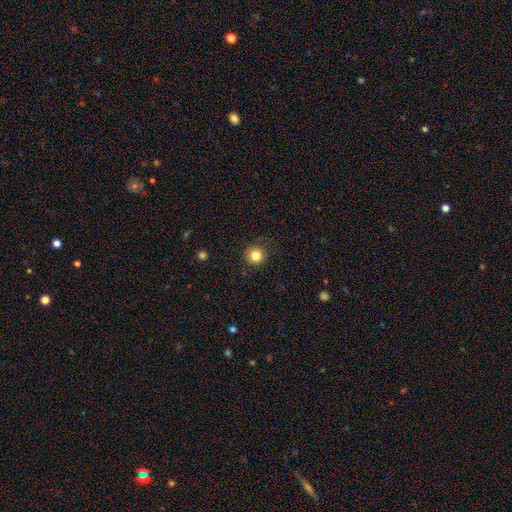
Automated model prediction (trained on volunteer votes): Overall: smooth (83%). How rounded: round (94%). Merging: none (88%).